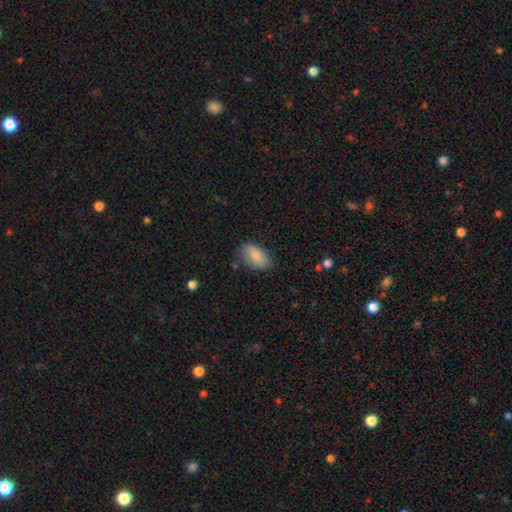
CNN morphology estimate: A smooth galaxy with no disk features (85%) that is in between round and cigar-shaped (92%). Merging: none (71%).